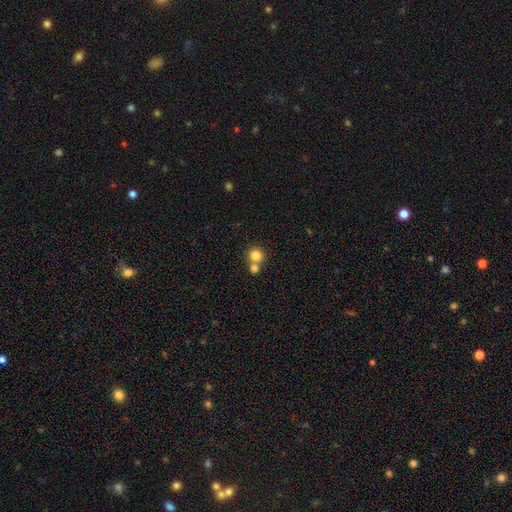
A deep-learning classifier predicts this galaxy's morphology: Smooth or featured? smooth (80%)
How rounded? round (91%)
Merging? none (52%)